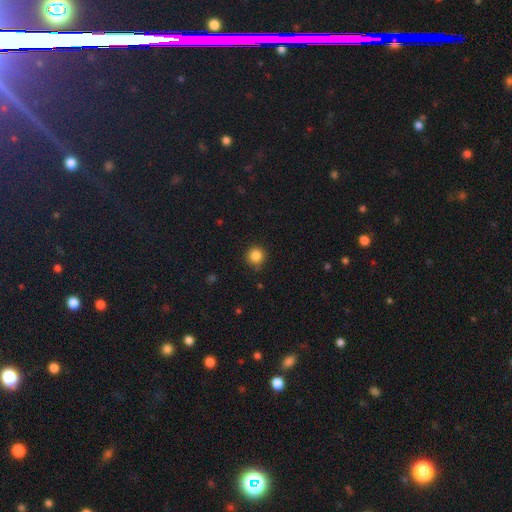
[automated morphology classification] Smooth or featured: smooth — 85% (star or artifact — 11%)
How rounded: round — 95% (in between — 4%)
Merging: none — 89% (minor disturbance — 8%)